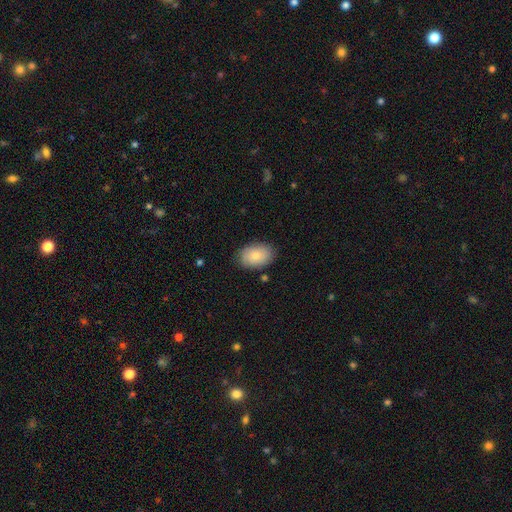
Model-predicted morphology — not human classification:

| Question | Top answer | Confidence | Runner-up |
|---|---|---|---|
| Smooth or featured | smooth | 81% | featured or disk (13%) |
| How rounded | in between | 88% | round (11%) |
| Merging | none | 84% | minor disturbance (12%) |